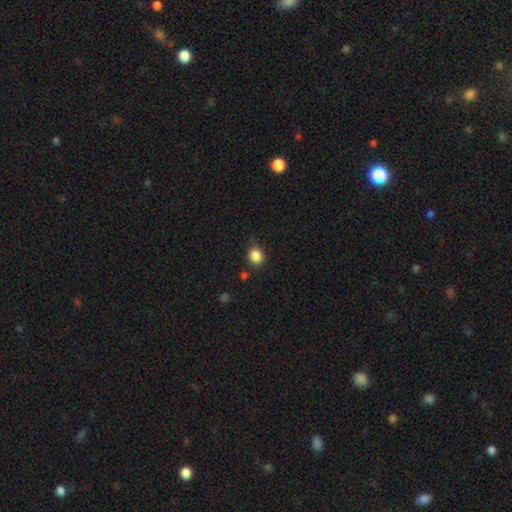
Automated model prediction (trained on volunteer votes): This is clearly a smooth galaxy (85%). How rounded: likely round (77%). Merging: clearly none (81%).